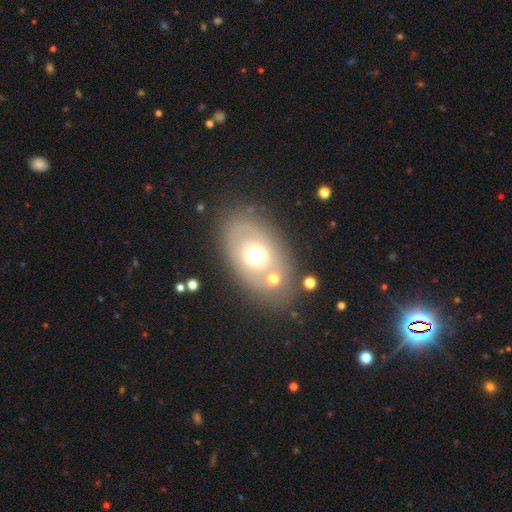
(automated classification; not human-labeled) Smooth or featured? smooth (54%)
How rounded? in between (80%)
Merging? none (74%)